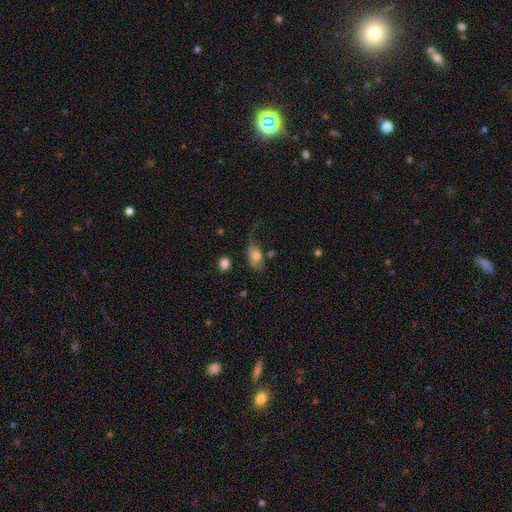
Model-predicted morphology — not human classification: Smooth or featured? smooth (66%)
How rounded? in between (86%)
Merging? major disturbance (38%)